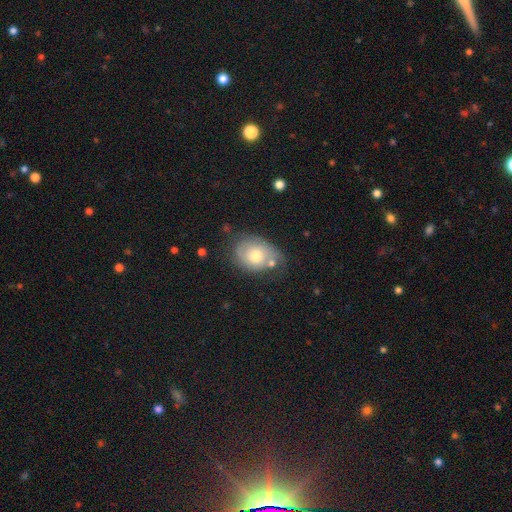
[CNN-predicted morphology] Overall: smooth (57%; featured or disk 34%). How rounded: in between (59%; round 40%). Merging: none (46%; minor disturbance 27%).